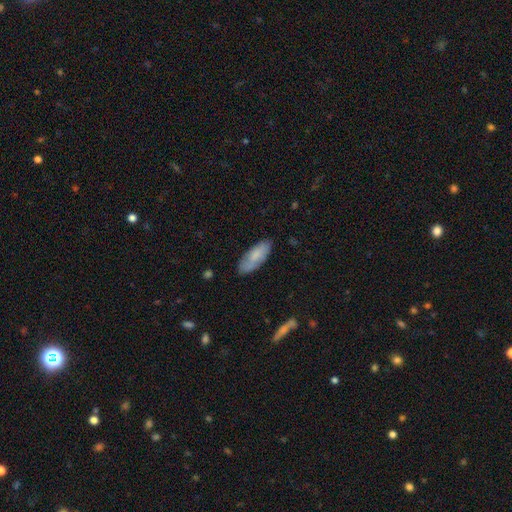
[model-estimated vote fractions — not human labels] A smooth galaxy with no disk features (72%) that is in between round and cigar-shaped (75%). Merging: none (75%).